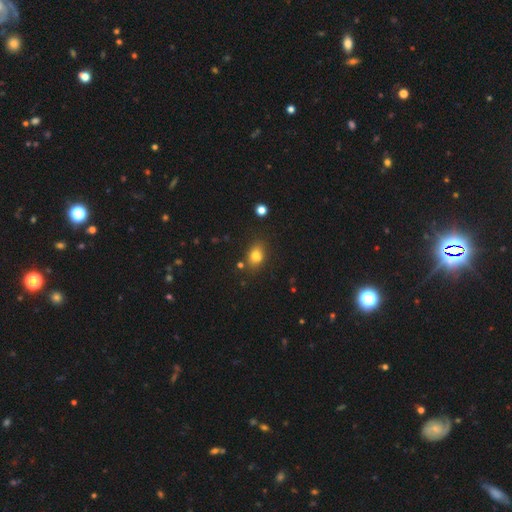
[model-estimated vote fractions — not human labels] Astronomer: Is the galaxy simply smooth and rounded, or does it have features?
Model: smooth — 78%.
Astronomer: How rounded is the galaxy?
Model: in between — 66%.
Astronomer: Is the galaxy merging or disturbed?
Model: none — 72%.